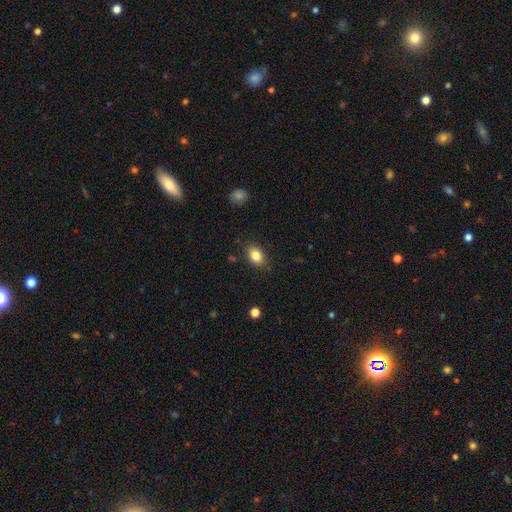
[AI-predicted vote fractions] Smooth or featured?
  - smooth: 84% *
  - star or artifact: 9%
  - featured or disk: 7%
How rounded?
  - in between: 81% *
  - round: 17%
  - cigar-shaped: 1%
Merging?
  - none: 84% *
  - minor disturbance: 12%
  - major disturbance: 3%
  - merger: 1%